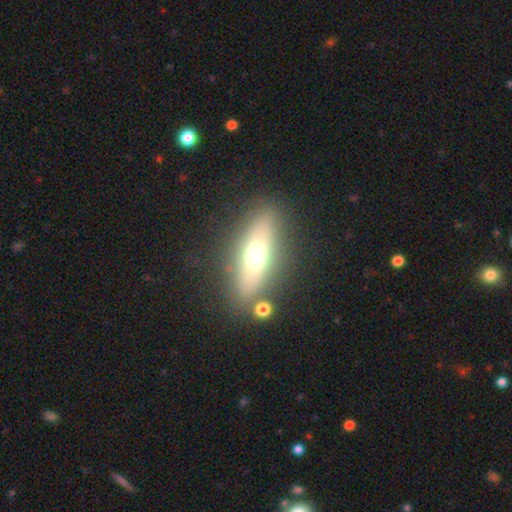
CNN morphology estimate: Smooth or featured: smooth — 53% (featured or disk — 37%)
How rounded: in between — 57% (cigar-shaped — 36%)
Merging: none — 80% (minor disturbance — 10%)